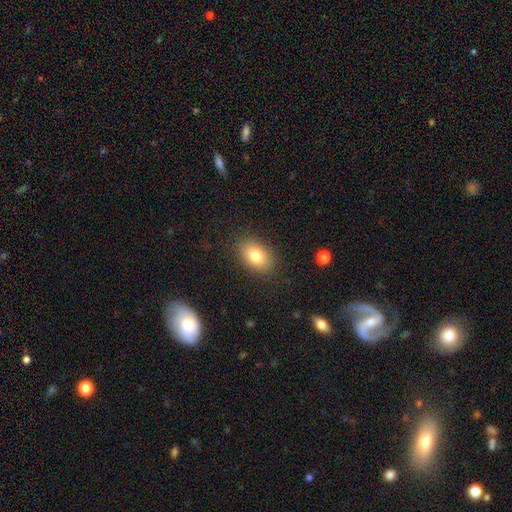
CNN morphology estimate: This appears to be a smooth galaxy with no disk features (80%) that is in between round and cigar-shaped (87%). Merging: none (86%).